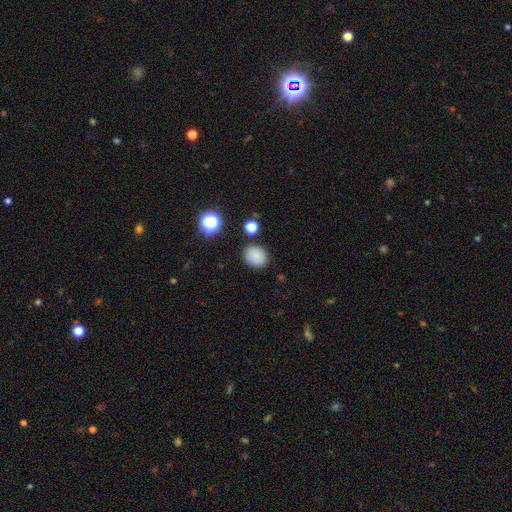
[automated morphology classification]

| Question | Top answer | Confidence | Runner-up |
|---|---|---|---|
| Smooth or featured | smooth | 82% | star or artifact (12%) |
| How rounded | round | 57% | in between (42%) |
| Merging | none | 85% | minor disturbance (10%) |